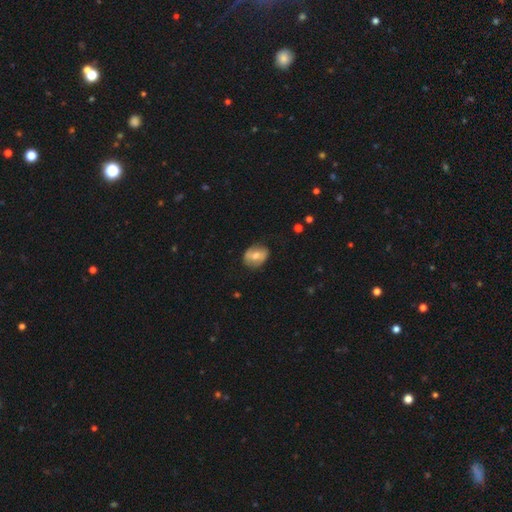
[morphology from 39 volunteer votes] Smooth or featured?
  - smooth: 56% *
  - featured or disk: 36%
  - star or artifact: 8%
How rounded?
  - in between: 68% *
  - round: 32%
  - cigar-shaped: 0%
Merging?
  - none: 86% *
  - minor disturbance: 14%
  - major disturbance: 0%
  - merger: 0%